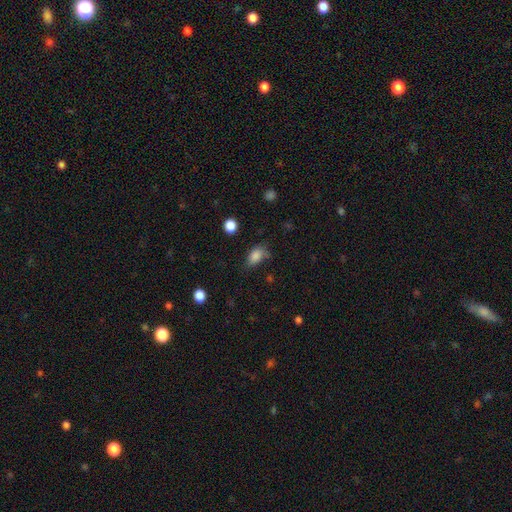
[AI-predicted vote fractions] Smooth or featured: smooth — 85% (star or artifact — 10%)
How rounded: in between — 86% (round — 11%)
Merging: none — 61% (minor disturbance — 28%)